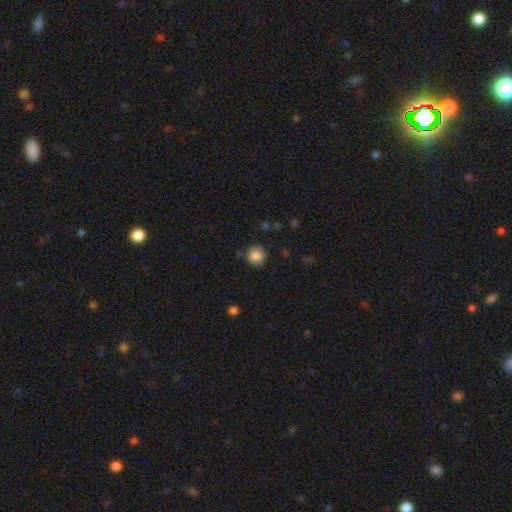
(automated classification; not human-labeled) This appears to be a smooth galaxy with no disk features (85%) that is round (91%). Merging: none (85%).